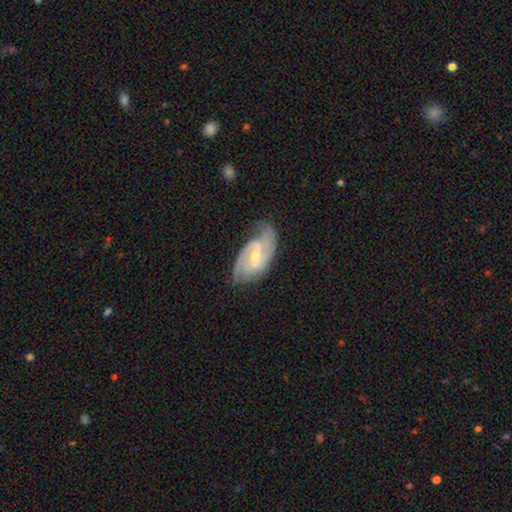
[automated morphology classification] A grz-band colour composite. It shows a featured or disk galaxy (87%) with a weak bar (53%), 2 (65%) medium (46%) spiral arms (97%) and a small central bulge (56%). Merging: none (71%).